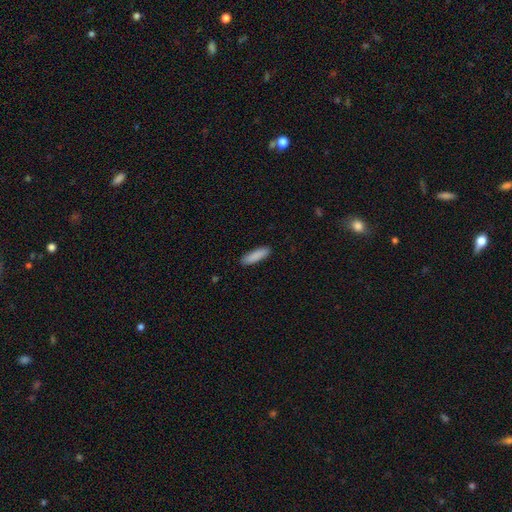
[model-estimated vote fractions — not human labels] Smooth or featured? smooth (89%)
How rounded? cigar-shaped (62%)
Merging? none (89%)